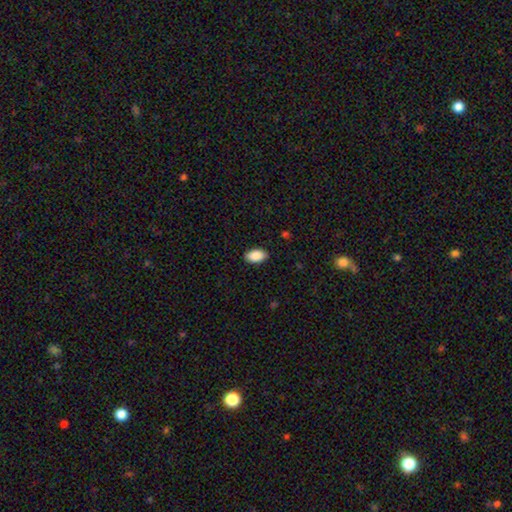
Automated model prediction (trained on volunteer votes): A smooth galaxy with no disk features (89%) that is in between round and cigar-shaped (93%).

Vote fractions:
- Smooth or featured? smooth: 89% / star or artifact: 7% / featured or disk: 4%
- How rounded? in between: 93% / round: 5% / cigar-shaped: 2%
- Merging? none: 89% / minor disturbance: 8% / major disturbance: 2% / merger: 1%